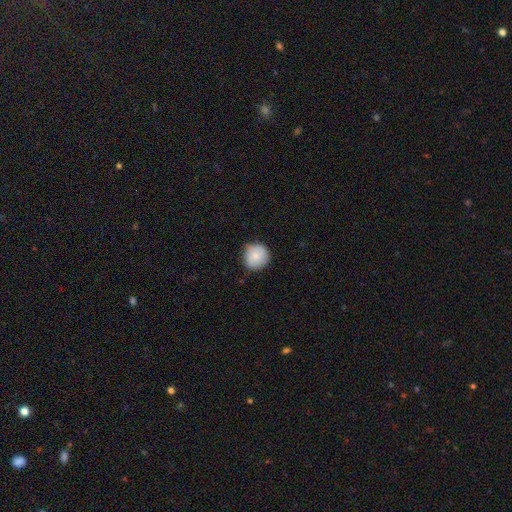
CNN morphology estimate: Q: Smooth or featured?
A: smooth (82%); runner-up: featured or disk (11%)
Q: How rounded?
A: round (92%); runner-up: in between (7%)
Q: Merging?
A: none (79%); runner-up: minor disturbance (17%)